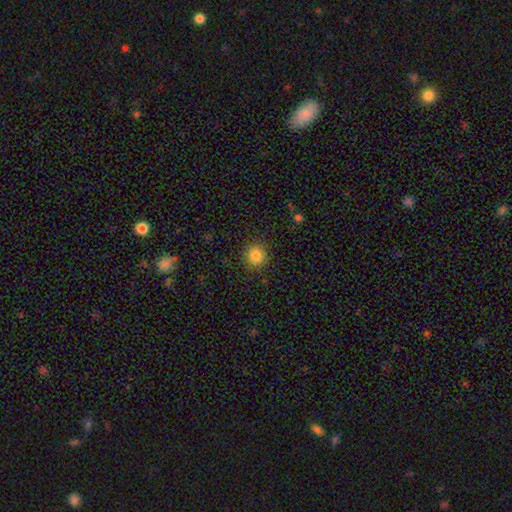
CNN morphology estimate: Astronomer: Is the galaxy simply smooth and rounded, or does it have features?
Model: smooth — 84%.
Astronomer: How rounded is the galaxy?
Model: round — 93%.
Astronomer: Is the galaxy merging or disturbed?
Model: none — 90%.